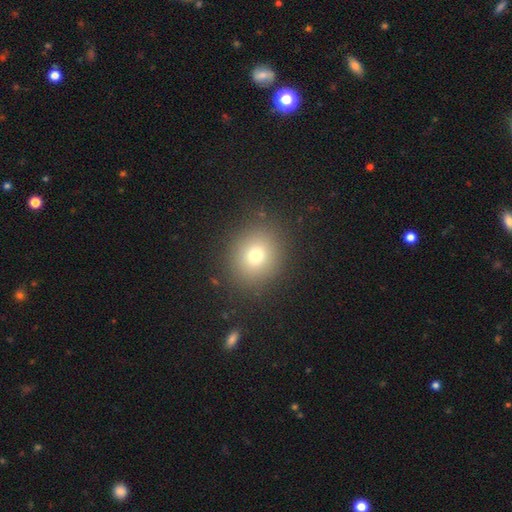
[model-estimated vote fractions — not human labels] smooth_or_featured: smooth (p=0.74) [alt: star or artifact p=0.15]
how_rounded: round (p=0.82) [alt: in between p=0.17]
merging: none (p=0.88) [alt: minor disturbance p=0.07]